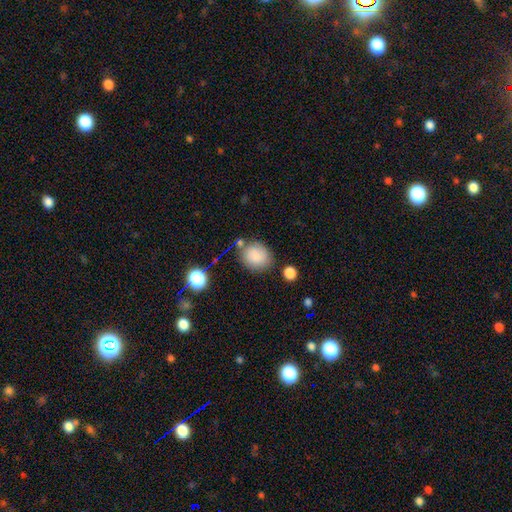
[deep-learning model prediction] smooth-or-featured: smooth: 81% | star or artifact: 10% | featured or disk: 9%
  how-rounded: round: 68% | in between: 31% | cigar-shaped: 1%
  merging: none: 71% | minor disturbance: 17% | merger: 7% | major disturbance: 5%